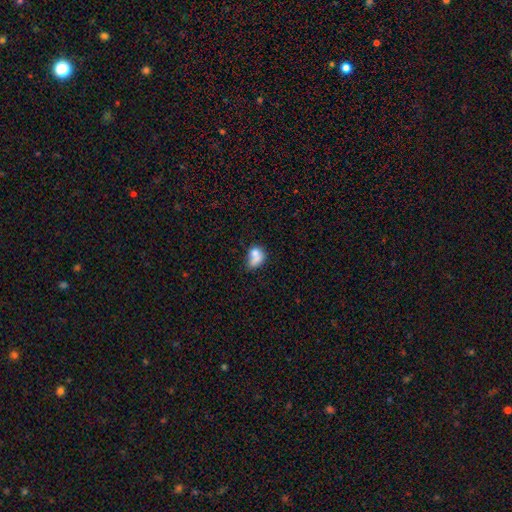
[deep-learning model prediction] This is likely a smooth galaxy (71%). How rounded: possibly in between (59%). Merging: possibly merger (49%).